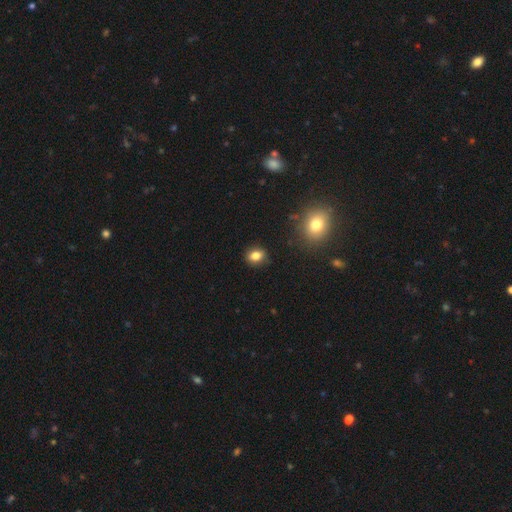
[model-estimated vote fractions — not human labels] This appears to be a smooth galaxy with no disk features (81%) that is in between round and cigar-shaped (51%). Merging: none (87%).